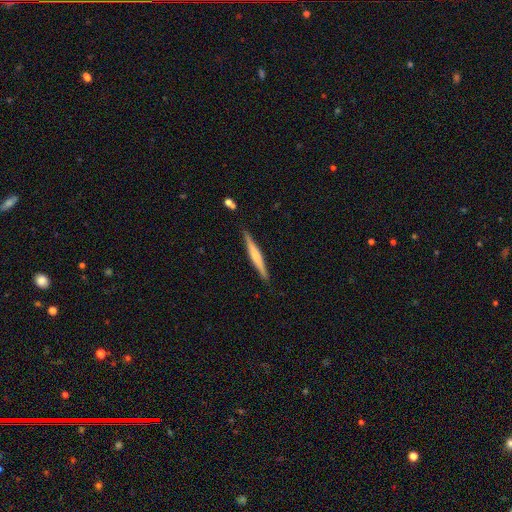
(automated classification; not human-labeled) Overall: featured or disk (56%; smooth 39%). Edge-on disk: yes (98%). Edge-on bulge: rounded (58%; none 25%). Merging: none (90%).